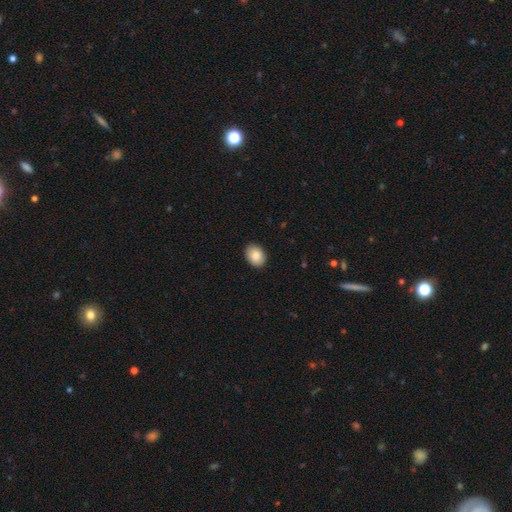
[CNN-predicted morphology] Smooth or featured?
  - smooth: 87% *
  - star or artifact: 7%
  - featured or disk: 6%
How rounded?
  - in between: 75% *
  - round: 24%
  - cigar-shaped: 1%
Merging?
  - none: 90% *
  - minor disturbance: 7%
  - major disturbance: 2%
  - merger: 1%